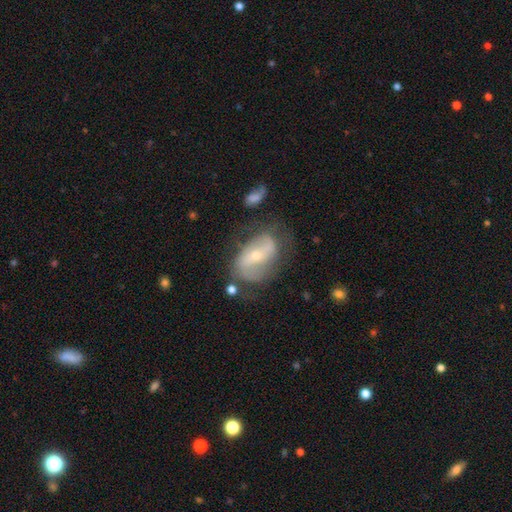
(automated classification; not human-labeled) Smooth or featured? featured or disk (75%)
Edge-on disk? no (95%)
Bar? strong (35%)
Spiral arms? yes (82%)
Spiral winding? loose (43%)
Spiral arm count? 2 (80%)
Bulge size? small (63%)
Merging? none (59%)